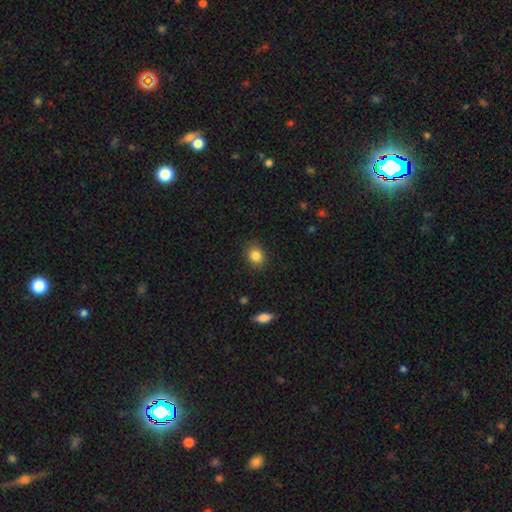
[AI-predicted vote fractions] A smooth galaxy with no disk features (85%) that is round (59%).

Vote fractions:
- Smooth or featured? smooth: 85% / star or artifact: 10% / featured or disk: 5%
- How rounded? round: 59% / in between: 40% / cigar-shaped: 1%
- Merging? none: 85% / minor disturbance: 11% / major disturbance: 3% / merger: 1%